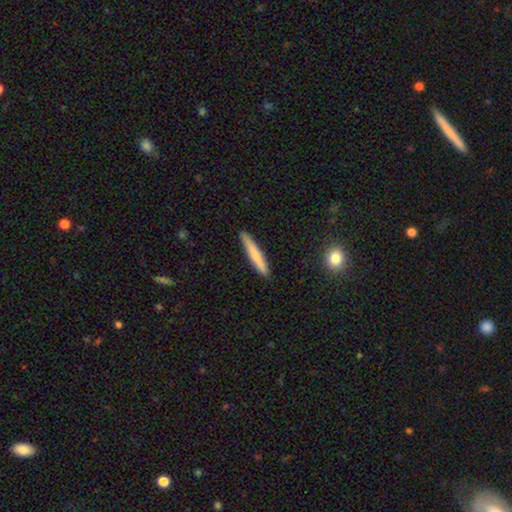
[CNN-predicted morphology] Smooth or featured?
  - smooth: 71% *
  - featured or disk: 23%
  - star or artifact: 6%
How rounded?
  - cigar-shaped: 95% *
  - in between: 4%
  - round: 1%
Merging?
  - none: 90% *
  - minor disturbance: 7%
  - major disturbance: 1%
  - merger: 1%